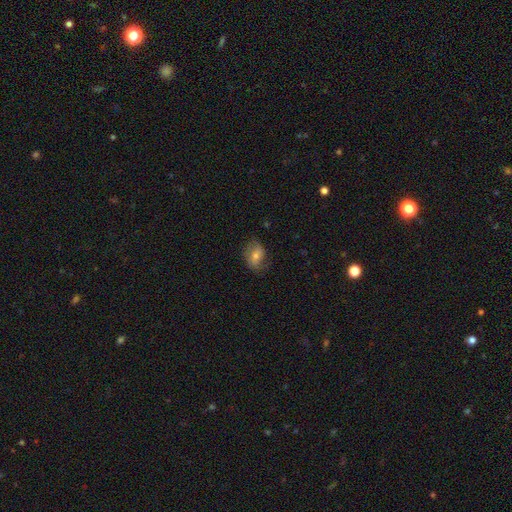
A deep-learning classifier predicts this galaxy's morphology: Smooth or featured? smooth (51%)
How rounded? in between (74%)
Merging? none (69%)